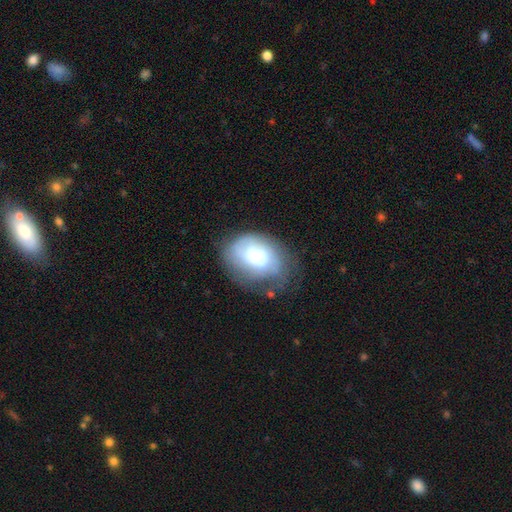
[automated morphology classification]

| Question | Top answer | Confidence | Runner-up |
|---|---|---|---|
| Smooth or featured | featured or disk | 50% | smooth (41%) |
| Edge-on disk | no | 96% | yes (4%) |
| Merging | none | 54% | minor disturbance (28%) |